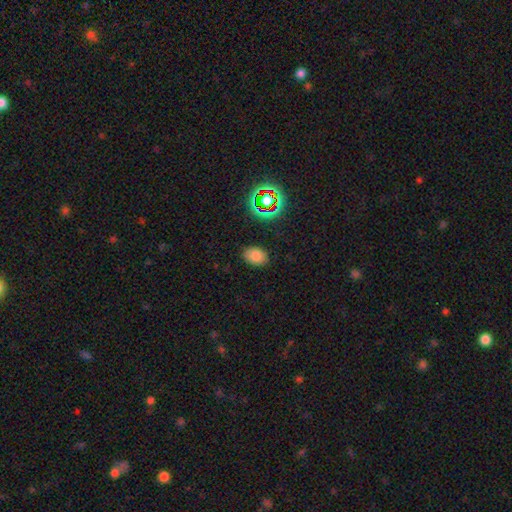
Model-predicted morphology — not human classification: The model was most divided on "how rounded": in between: 80%, round: 19%, cigar-shaped: 1%. More confident: merging — none (85%); smooth or featured — smooth (77%).